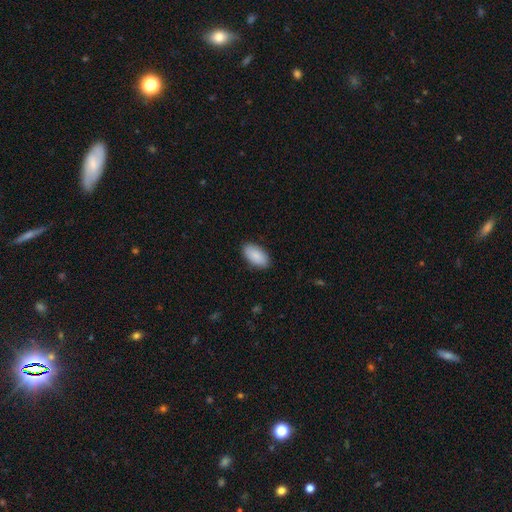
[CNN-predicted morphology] smooth 90%, star or artifact 6%, featured or disk 4%. Down the decision tree: how rounded — in between (95%); merging — none (88%).